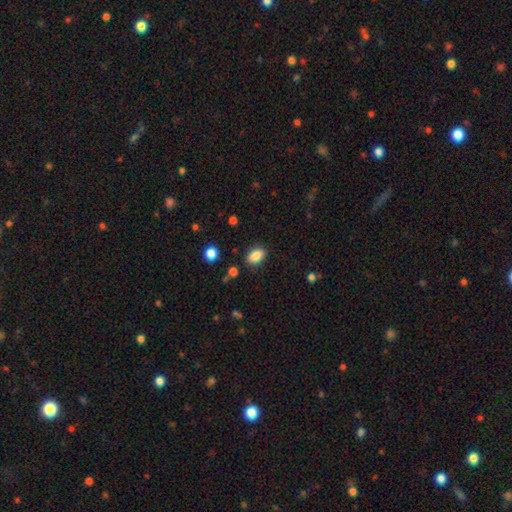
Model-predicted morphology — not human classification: smooth 87%, star or artifact 9%, featured or disk 4%. Down the decision tree: how rounded — in between (86%); merging — none (85%).